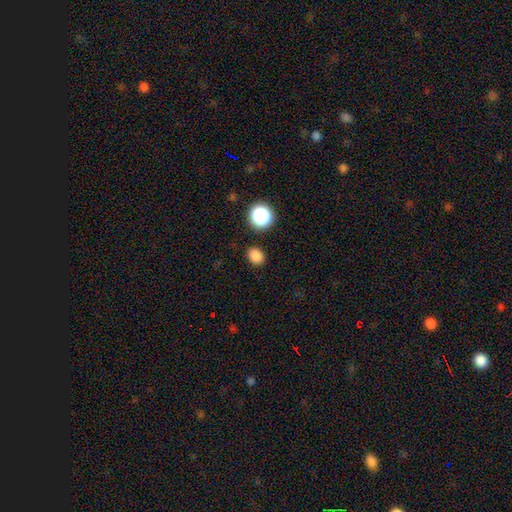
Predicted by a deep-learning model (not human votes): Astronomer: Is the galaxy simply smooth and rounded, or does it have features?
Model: smooth — 83%.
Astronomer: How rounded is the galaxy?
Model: round — 55% (runner-up: in between, 44%).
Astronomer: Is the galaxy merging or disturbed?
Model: none — 87%.